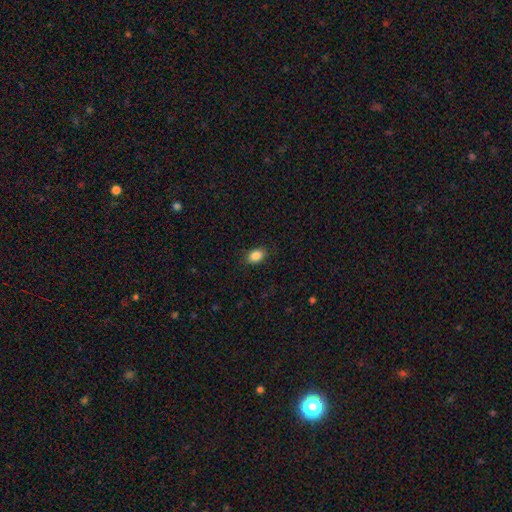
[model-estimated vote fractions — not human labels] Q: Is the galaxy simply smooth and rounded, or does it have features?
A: smooth — 88%.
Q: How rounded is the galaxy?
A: in between — 86%.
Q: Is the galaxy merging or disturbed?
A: none — 87%.